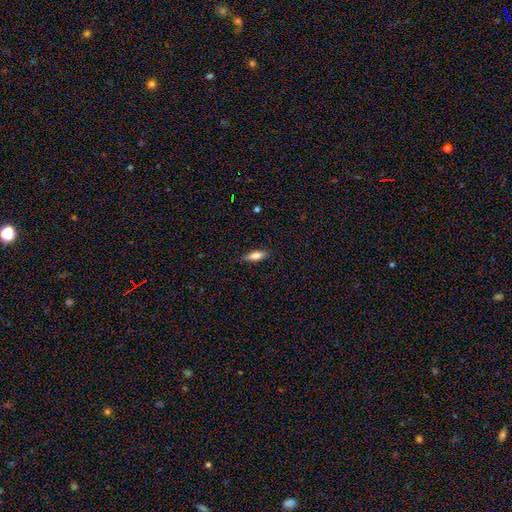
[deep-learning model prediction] Smooth or featured? smooth (73%)
How rounded? cigar-shaped (50%)
Merging? none (87%)